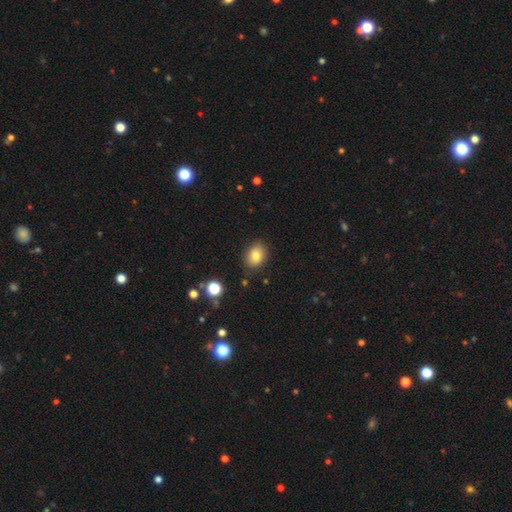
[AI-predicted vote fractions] smooth_or_featured: smooth (p=0.81) [alt: star or artifact p=0.10]
how_rounded: in between (p=0.68) [alt: round p=0.31]
merging: none (p=0.84) [alt: minor disturbance p=0.11]